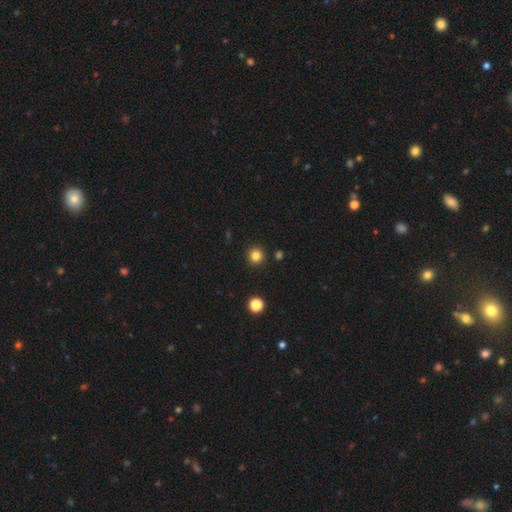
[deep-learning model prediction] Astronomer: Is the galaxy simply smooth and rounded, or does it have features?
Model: smooth — 83%.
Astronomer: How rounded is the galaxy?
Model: round — 95%.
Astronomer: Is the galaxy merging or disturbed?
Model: none — 92%.